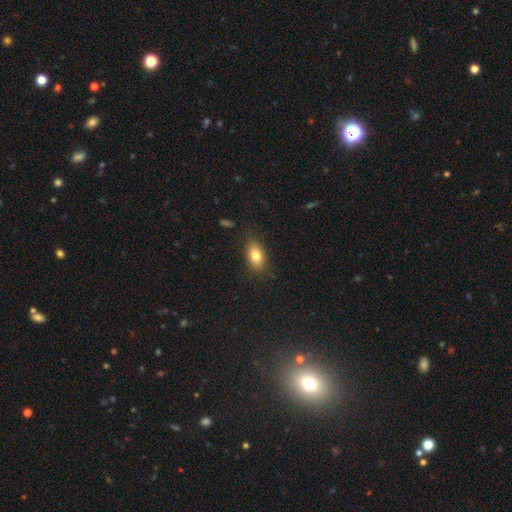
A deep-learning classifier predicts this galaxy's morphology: The model was most divided on "smooth or featured": smooth: 79%, featured or disk: 12%, star or artifact: 9%. More confident: how rounded — in between (85%); merging — none (81%).